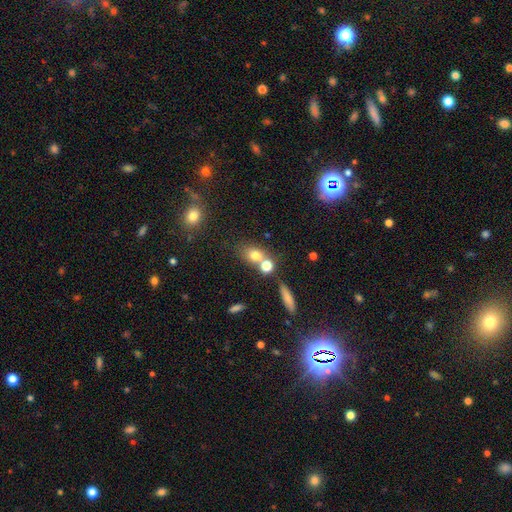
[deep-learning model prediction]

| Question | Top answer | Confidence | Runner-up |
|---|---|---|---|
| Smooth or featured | smooth | 71% | star or artifact (15%) |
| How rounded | round | 51% | in between (45%) |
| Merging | none | 48% | merger (38%) |